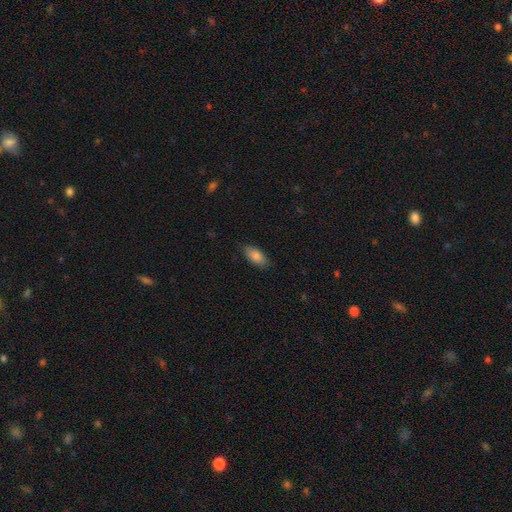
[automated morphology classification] The model was most divided on "merging": none: 84%, minor disturbance: 13%, major disturbance: 2%, merger: 1%. More confident: how rounded — in between (90%); smooth or featured — smooth (85%).